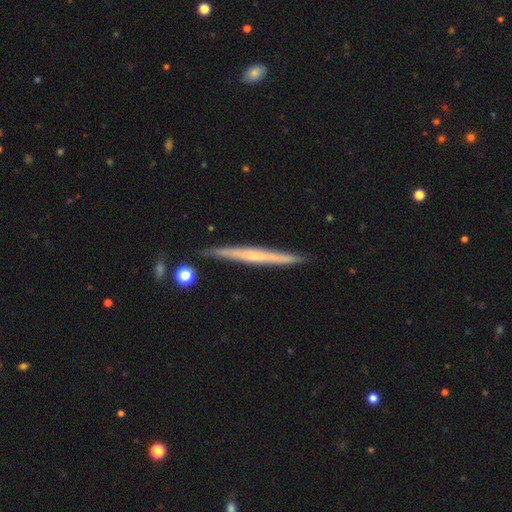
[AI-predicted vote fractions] Q: Smooth or featured?
A: featured or disk (60%); runner-up: smooth (34%)
Q: Edge-on disk?
A: yes (97%); runner-up: no (3%)
Q: Edge-on bulge?
A: none (69%); runner-up: rounded (25%)
Q: Merging?
A: none (88%); runner-up: minor disturbance (8%)